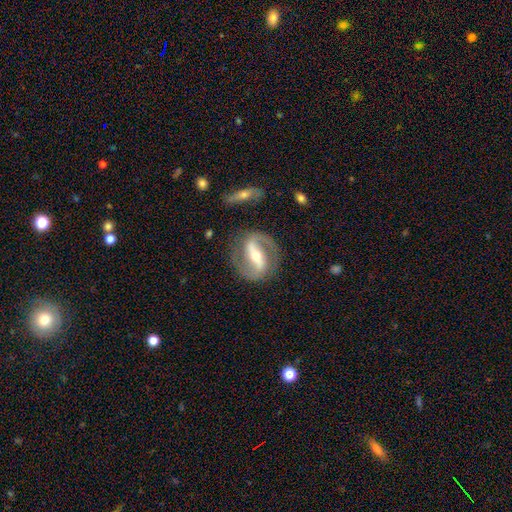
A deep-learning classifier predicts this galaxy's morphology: smooth-or-featured: featured or disk: 87% | smooth: 8% | star or artifact: 5%
  disk-edge-on: no: 94% | yes: 6%
    bar: strong: 68% | weak: 21% | no: 11%
    has-spiral-arms: yes: 92% | no: 8%
      spiral-winding: medium: 51% | tight: 29% | loose: 20%
      spiral-arm-count: 2: 90% | can't tell: 4% | 1: 3% | 3: 1% | 4: 1% | more than 4: 1%
    bulge-size: moderate: 60% | small: 34% | large: 4% | dominant: 1% | none: 1%
  merging: none: 81% | minor disturbance: 11% | major disturbance: 5% | merger: 2%